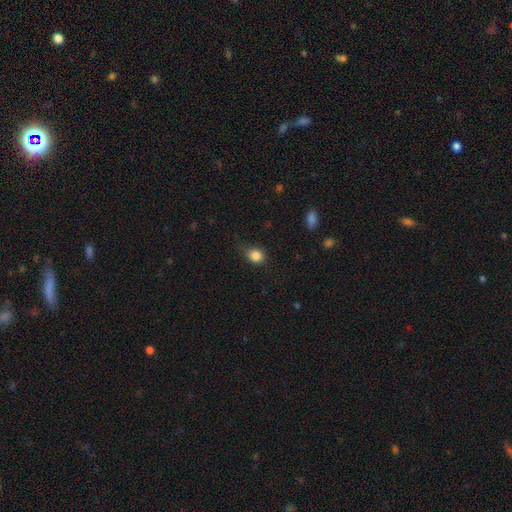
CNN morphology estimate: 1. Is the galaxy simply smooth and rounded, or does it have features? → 84% smooth, 11% star or artifact, 5% featured or disk.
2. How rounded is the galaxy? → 68% round, 31% in between, 1% cigar-shaped.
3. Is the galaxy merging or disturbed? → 66% none, 26% minor disturbance, 7% major disturbance, 2% merger.